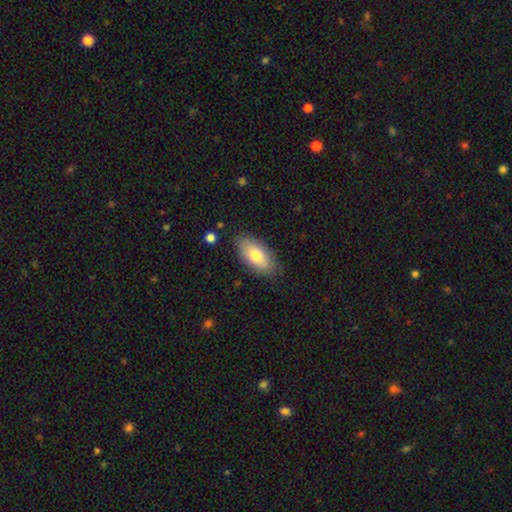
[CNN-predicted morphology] Smooth or featured? Predicted: smooth (p=0.78). How rounded? Predicted: in between (p=0.92). Merging? Predicted: none (p=0.83).